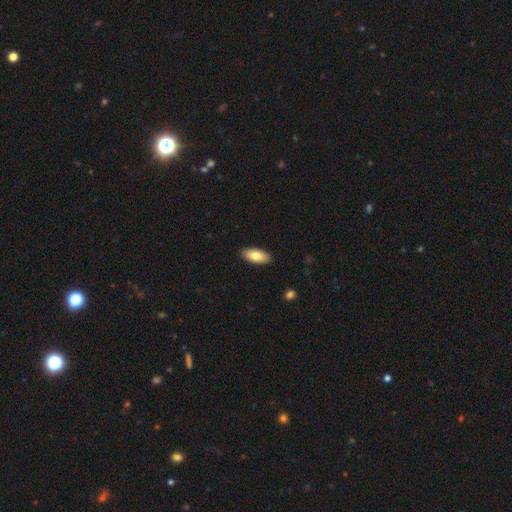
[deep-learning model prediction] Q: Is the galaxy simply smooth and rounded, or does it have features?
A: smooth — 81%.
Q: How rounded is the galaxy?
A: in between — 88%.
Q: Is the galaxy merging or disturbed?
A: none — 90%.